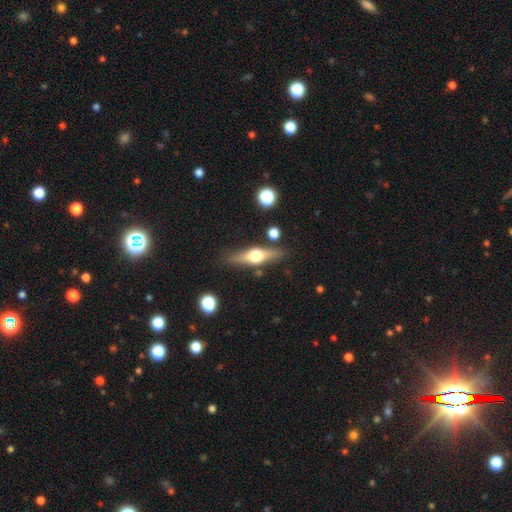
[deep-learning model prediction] Overall: featured or disk (64%; smooth 30%). Edge-on disk: yes (95%). Edge-on bulge: rounded (94%). Merging: none (84%).